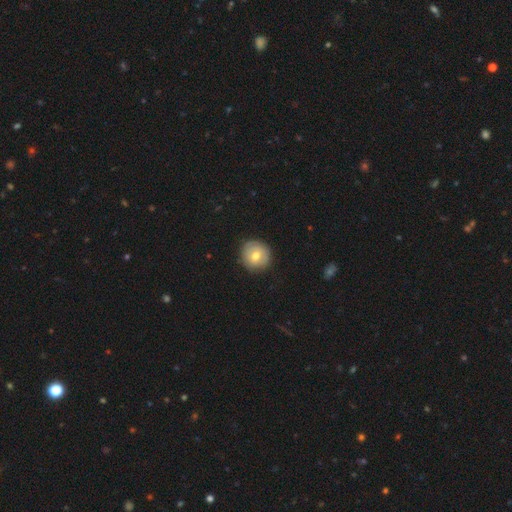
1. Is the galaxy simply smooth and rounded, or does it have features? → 63% smooth, 29% featured or disk, 8% star or artifact.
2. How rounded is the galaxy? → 100% round, 0% in between, 0% cigar-shaped.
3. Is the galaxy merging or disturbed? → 94% none, 6% minor disturbance, 0% major disturbance, 0% merger.